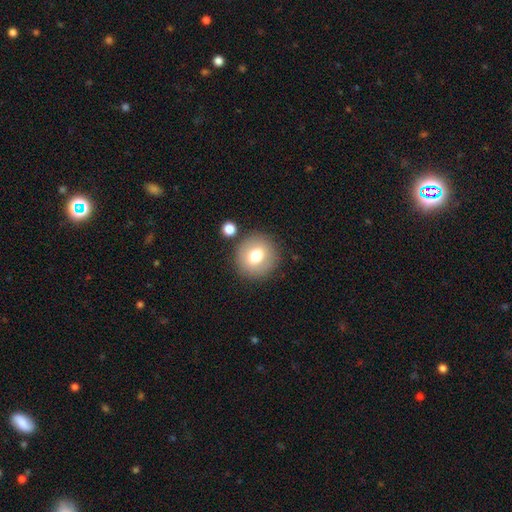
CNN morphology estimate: A smooth galaxy with no disk features (72%) that is round (88%). Merging: none (83%).